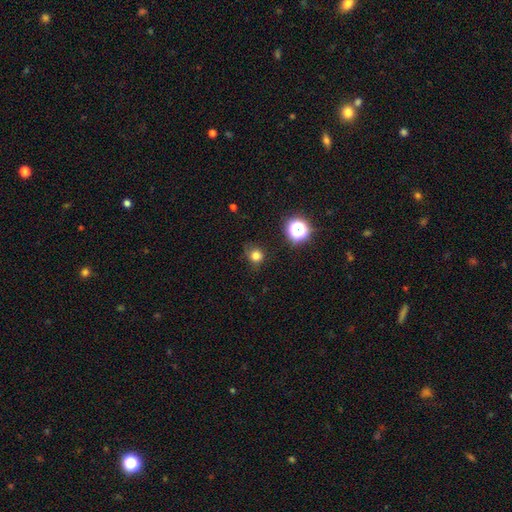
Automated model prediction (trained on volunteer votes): Q: Smooth or featured?
A: smooth (77%); runner-up: star or artifact (17%)
Q: How rounded?
A: round (85%); runner-up: in between (14%)
Q: Merging?
A: none (71%); runner-up: minor disturbance (21%)